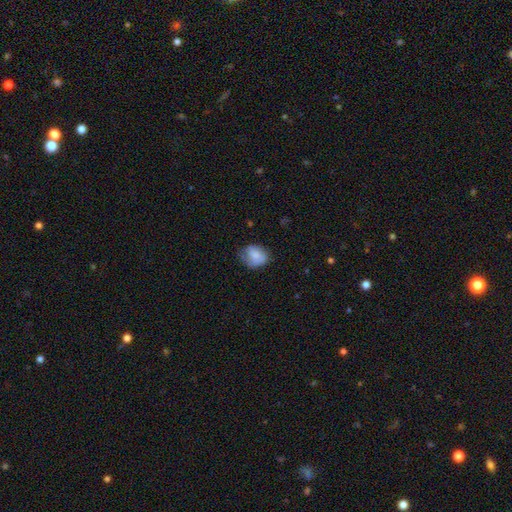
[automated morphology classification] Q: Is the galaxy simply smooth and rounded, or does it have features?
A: smooth — 75%.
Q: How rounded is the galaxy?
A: in between — 50%.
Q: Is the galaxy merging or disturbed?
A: none — 52%.